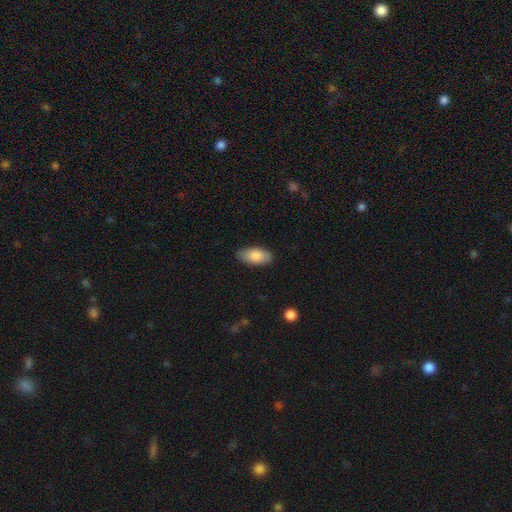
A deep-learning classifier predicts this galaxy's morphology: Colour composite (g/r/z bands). It shows a smooth galaxy with no disk features (84%) that is in between round and cigar-shaped (92%). Merging: none (84%).